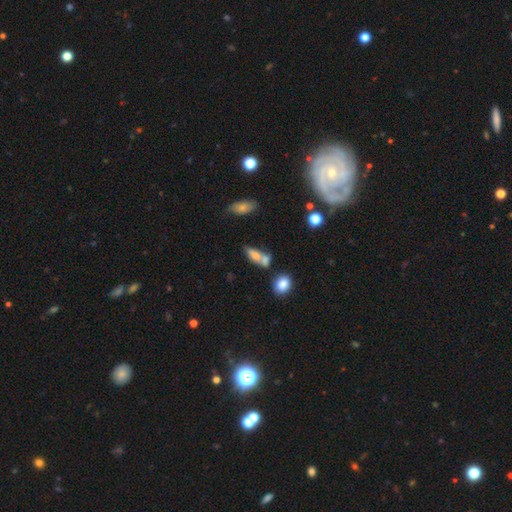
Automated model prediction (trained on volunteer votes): Smooth or featured: smooth — 67% (featured or disk — 23%)
How rounded: in between — 68% (cigar-shaped — 24%)
Merging: merger — 43% (none — 34%)